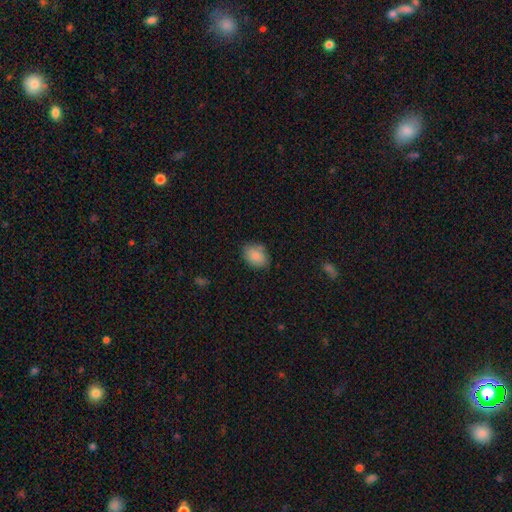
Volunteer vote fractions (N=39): Smooth or featured: smooth — 85% (featured or disk — 8%)
How rounded: in between — 67% (round — 33%)
Merging: none — 72% (minor disturbance — 19%)